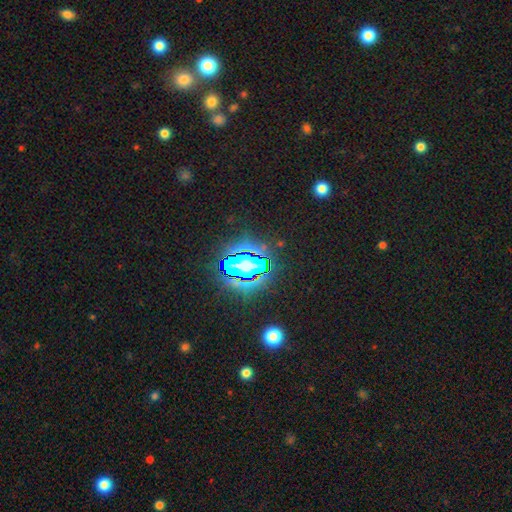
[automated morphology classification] Smooth or featured? star or artifact (80%)